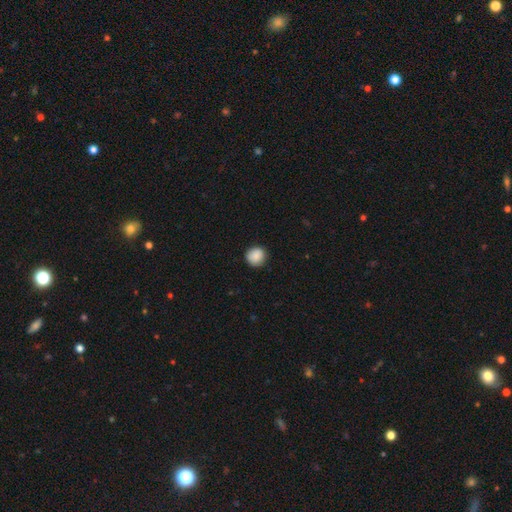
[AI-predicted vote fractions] Morphology: type=smooth (88%); roundness=round (91%); merging=none (89%).